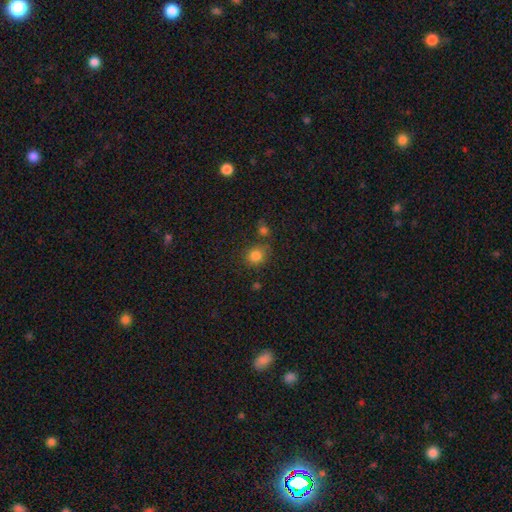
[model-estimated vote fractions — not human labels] This appears to be a smooth galaxy with no disk features (82%) that is round (78%). Merging: none (69%).